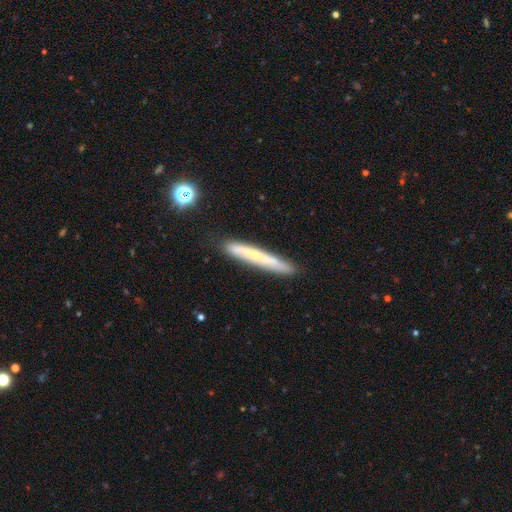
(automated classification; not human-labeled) This is possibly a featured or disk galaxy (59%). It is clearly viewed edge-on (85%). Edge-on bulge: possibly rounded (54%). Merging: clearly none (83%).